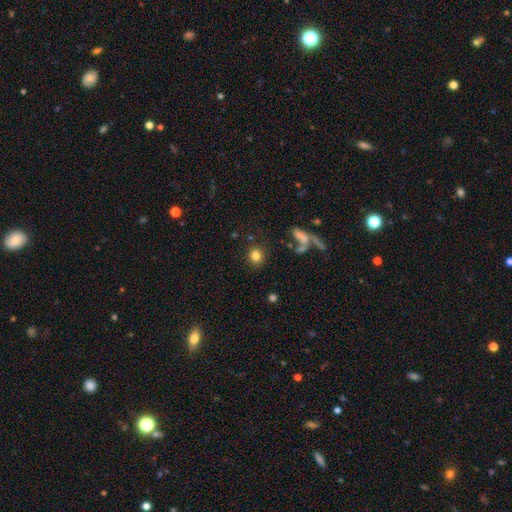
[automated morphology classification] This appears to be a smooth galaxy with no disk features (81%) that is round (84%). Merging: none (84%).